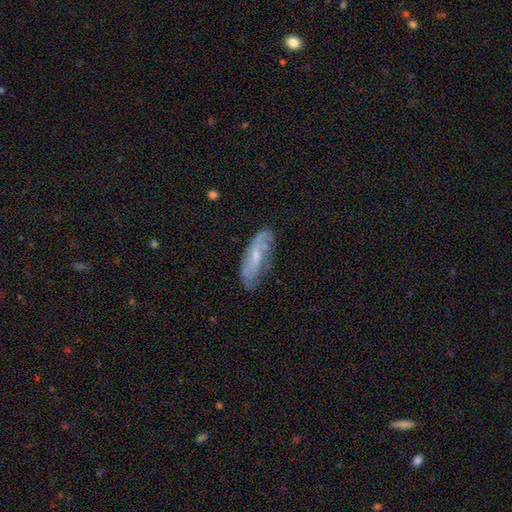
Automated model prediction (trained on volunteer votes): Q: Smooth or featured?
A: featured or disk (65%); runner-up: smooth (28%)
Q: Edge-on disk?
A: no (85%); runner-up: yes (15%)
Q: Bar?
A: no (52%); runner-up: weak (37%)
Q: Spiral arms?
A: yes (86%); runner-up: no (14%)
Q: Bulge size?
A: small (65%); runner-up: moderate (27%)
Q: Merging?
A: none (69%); runner-up: minor disturbance (23%)